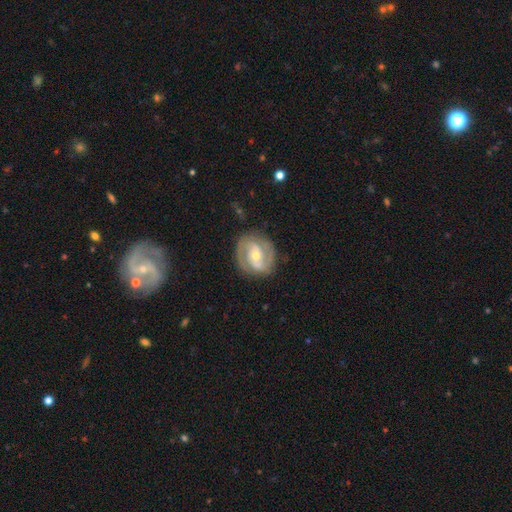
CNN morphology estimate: Smooth or featured? featured or disk (81%)
Edge-on disk? no (97%)
Bar? weak (39%)
Spiral arms? yes (91%)
Spiral winding? tight (47%)
Spiral arm count? 2 (82%)
Bulge size? small (49%)
Merging? none (80%)